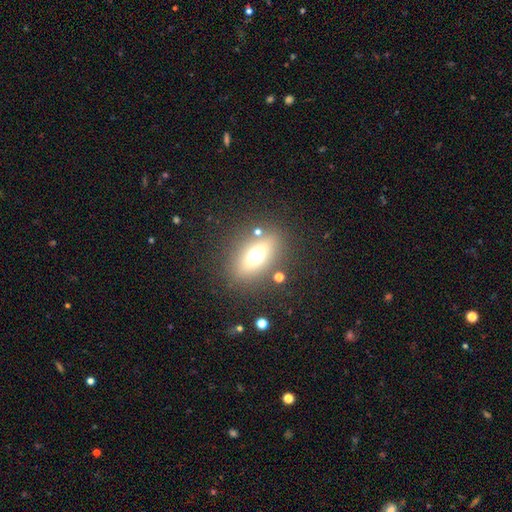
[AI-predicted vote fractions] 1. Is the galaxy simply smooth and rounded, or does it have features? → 52% smooth, 32% featured or disk, 16% star or artifact.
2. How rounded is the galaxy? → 70% in between, 16% round, 13% cigar-shaped.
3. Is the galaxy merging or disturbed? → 81% none, 9% minor disturbance, 5% major disturbance, 5% merger.